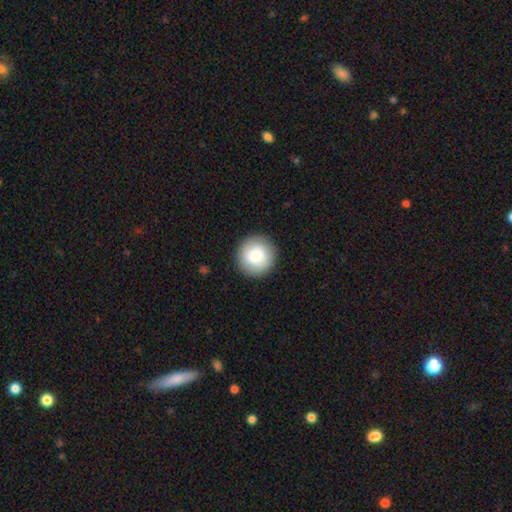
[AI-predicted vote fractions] Q: Smooth or featured?
A: smooth (78%); runner-up: featured or disk (15%)
Q: How rounded?
A: round (95%); runner-up: in between (4%)
Q: Merging?
A: none (91%); runner-up: minor disturbance (6%)